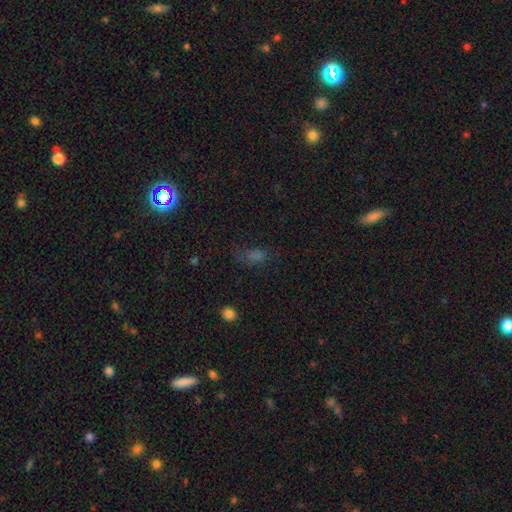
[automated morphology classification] This appears to be a smooth galaxy with no disk features (53%) that is in between round and cigar-shaped (76%). Merging: none (58%).